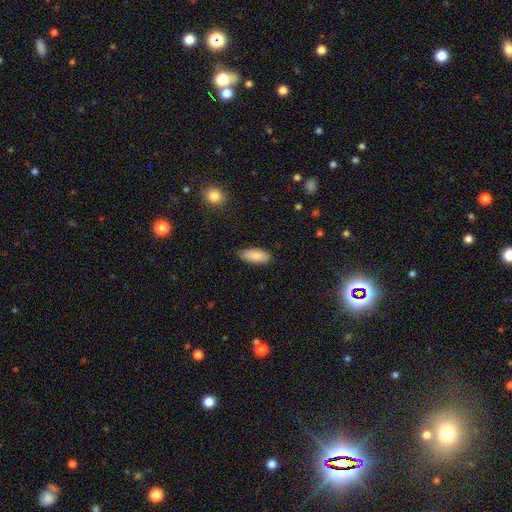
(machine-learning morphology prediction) Smooth or featured? Predicted: smooth (p=0.84). How rounded? Predicted: in between (p=0.87). Merging? Predicted: none (p=0.84).